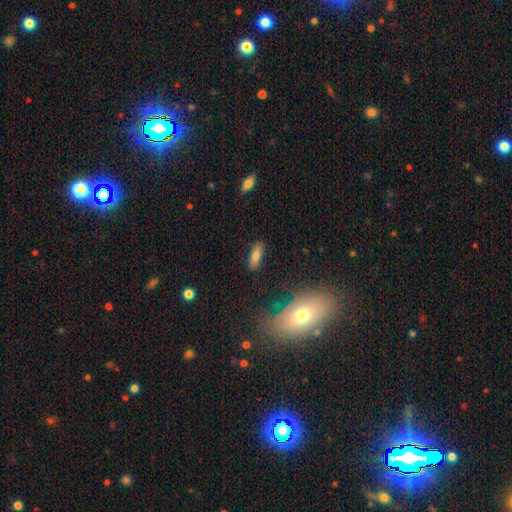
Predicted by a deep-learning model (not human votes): smooth 77%, featured or disk 14%, star or artifact 10%. Down the decision tree: how rounded — in between (63%); merging — none (83%).